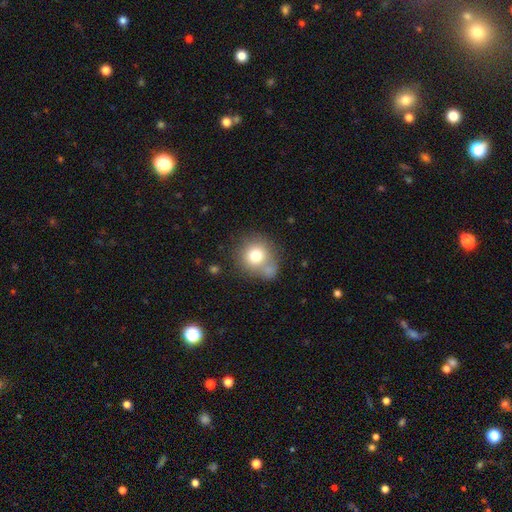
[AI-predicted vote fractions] smooth 77%, featured or disk 13%, star or artifact 10%. Down the decision tree: how rounded — round (85%); merging — none (50%).